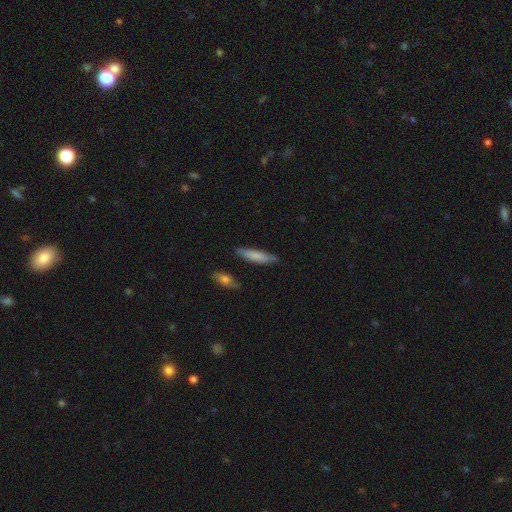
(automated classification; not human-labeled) Smooth or featured: smooth — 77% (featured or disk — 18%)
How rounded: cigar-shaped — 78% (in between — 20%)
Merging: none — 83% (minor disturbance — 13%)